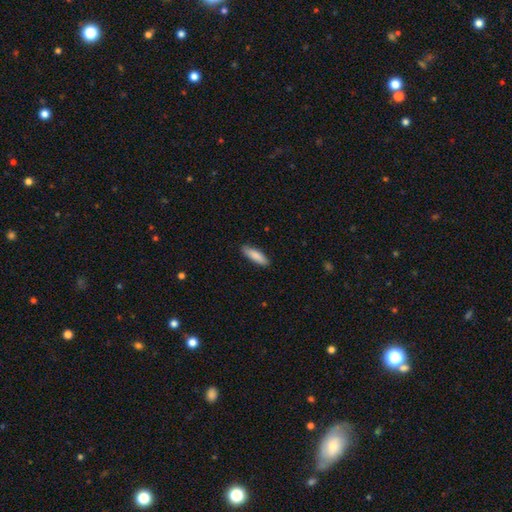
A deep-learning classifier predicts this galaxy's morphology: Smooth or featured?
  - smooth: 87% *
  - featured or disk: 7%
  - star or artifact: 5%
How rounded?
  - cigar-shaped: 58% *
  - in between: 40%
  - round: 1%
Merging?
  - none: 88% *
  - minor disturbance: 9%
  - major disturbance: 2%
  - merger: 1%